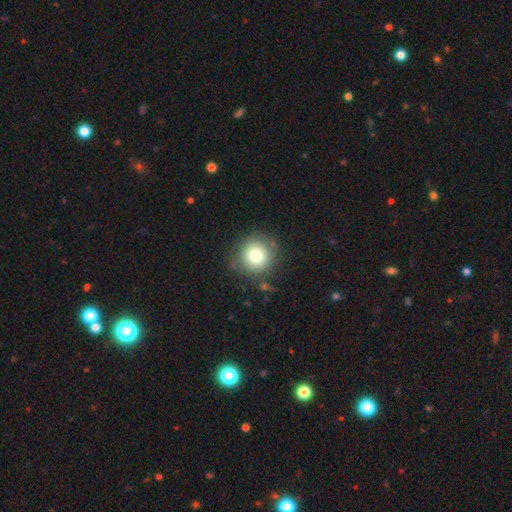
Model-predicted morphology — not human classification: Smooth or featured: smooth — 78% (star or artifact — 11%)
How rounded: round — 94% (in between — 5%)
Merging: none — 85% (minor disturbance — 9%)